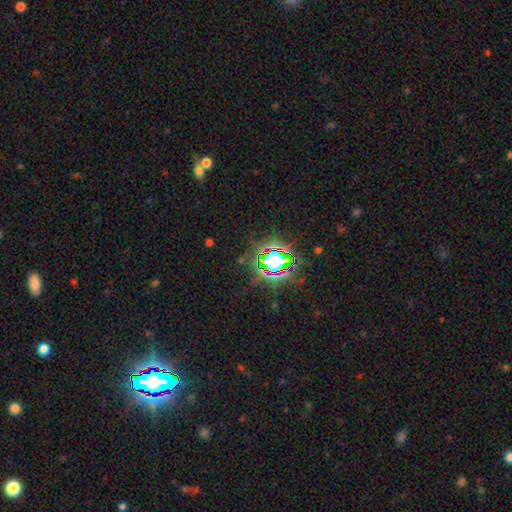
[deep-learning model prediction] Smooth or featured? star or artifact (81%)